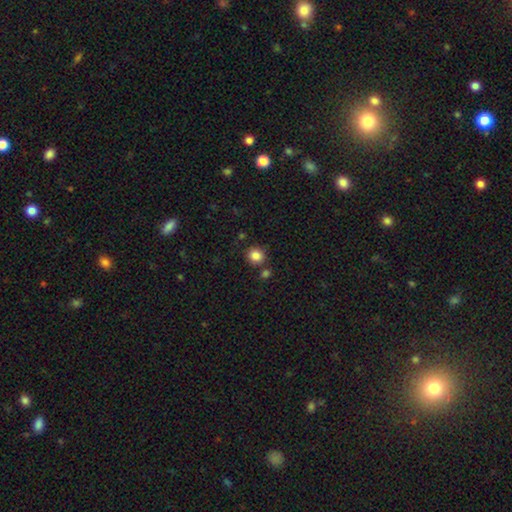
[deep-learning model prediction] smooth_or_featured: smooth (p=0.85) [alt: star or artifact p=0.10]
how_rounded: round (p=0.84) [alt: in between p=0.16]
merging: none (p=0.79) [alt: merger p=0.09]